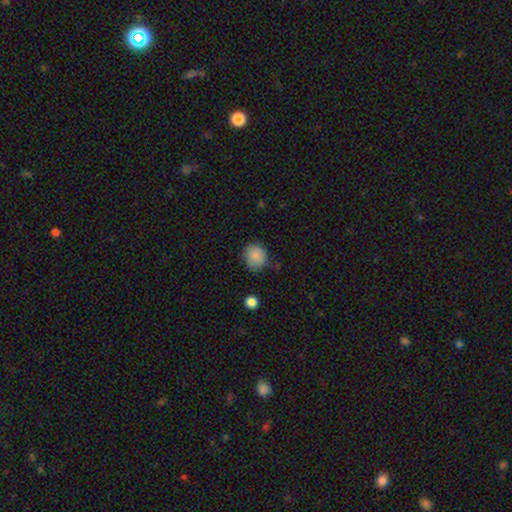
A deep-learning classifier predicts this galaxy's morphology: Smooth or featured: smooth — 86% (star or artifact — 9%)
How rounded: round — 79% (in between — 20%)
Merging: none — 75% (minor disturbance — 19%)